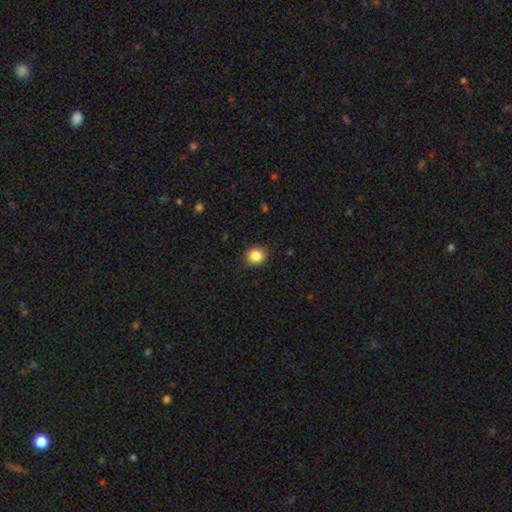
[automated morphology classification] Smooth or featured? smooth (86%)
How rounded? round (82%)
Merging? none (89%)